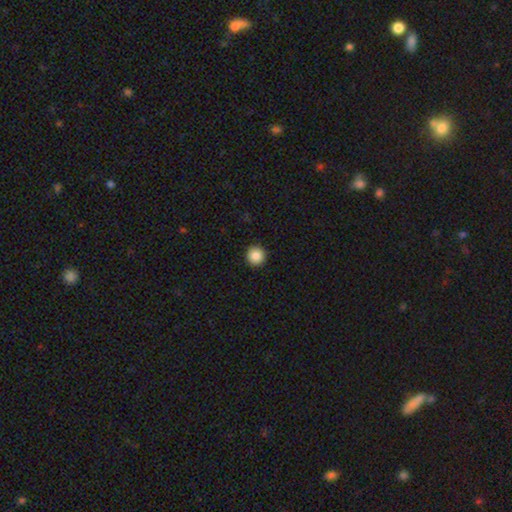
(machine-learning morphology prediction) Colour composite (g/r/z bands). It shows a smooth galaxy with no disk features (88%) that is round (96%). Merging: none (93%).